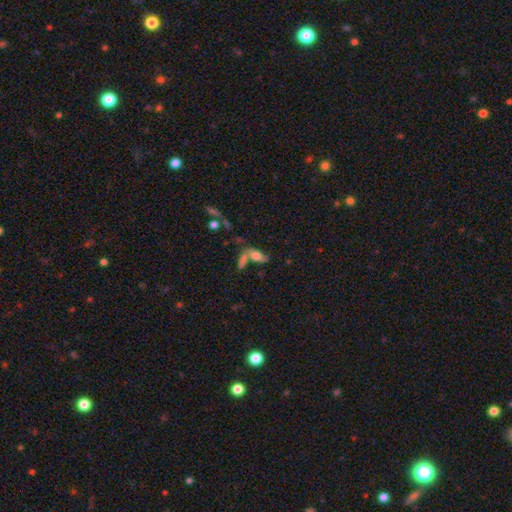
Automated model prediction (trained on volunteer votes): Smooth or featured: smooth — 46% (featured or disk — 42%)
Merging: merger — 40% (none — 33%)